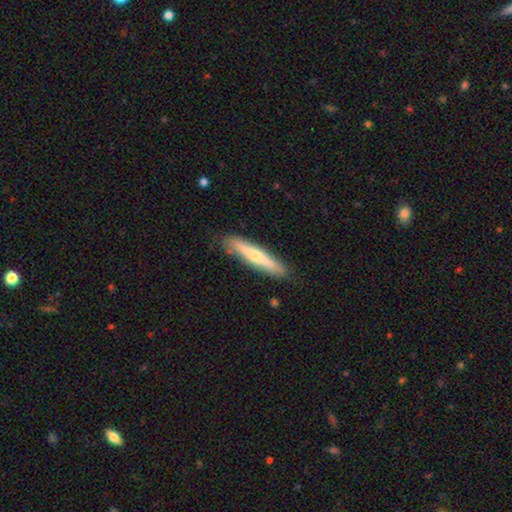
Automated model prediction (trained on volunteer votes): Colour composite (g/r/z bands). It shows a smooth galaxy with no disk features (51%) that is cigar-shaped (91%). Merging: none (85%).